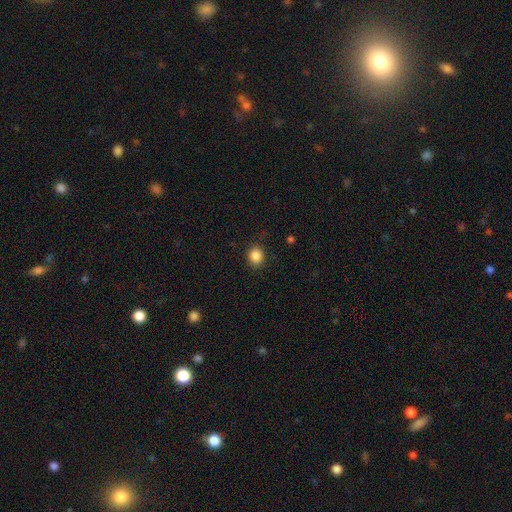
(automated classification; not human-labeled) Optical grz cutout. It shows a smooth galaxy with no disk features (87%) that is round (77%). Merging: none (87%).